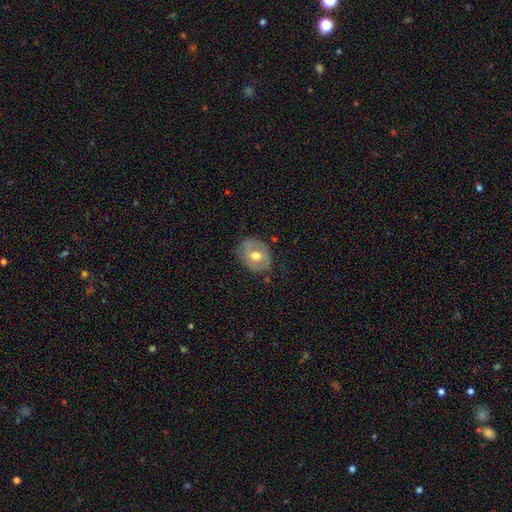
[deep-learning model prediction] Smooth or featured? Predicted: smooth (p=0.52). How rounded? Predicted: in between (p=0.50). Merging? Predicted: none (p=0.77).